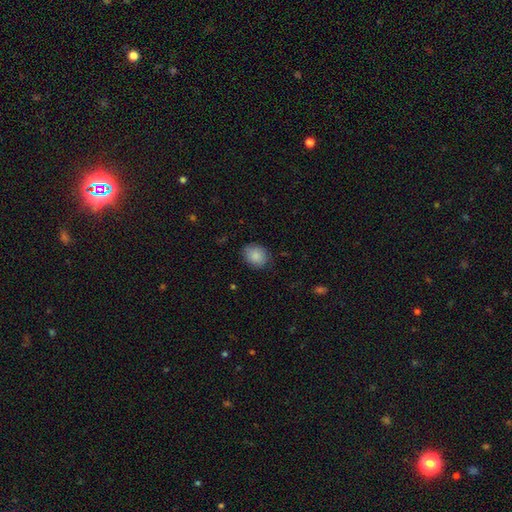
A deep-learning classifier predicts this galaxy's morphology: A smooth galaxy with no disk features (88%) that is in between round and cigar-shaped (53%).

Vote fractions:
- Smooth or featured? smooth: 88% / star or artifact: 7% / featured or disk: 5%
- How rounded? in between: 53% / round: 46% / cigar-shaped: 1%
- Merging? none: 81% / minor disturbance: 15% / major disturbance: 3% / merger: 1%